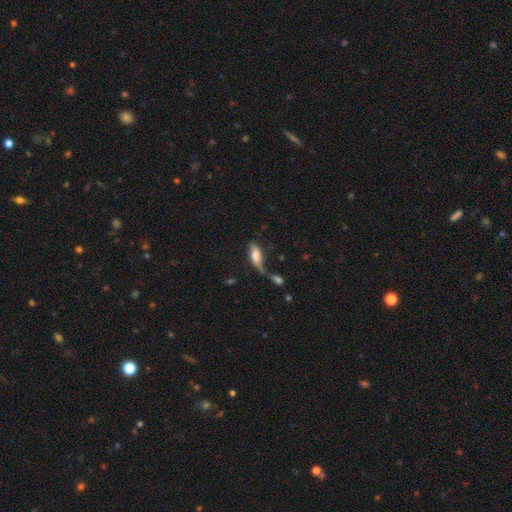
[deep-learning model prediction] Smooth or featured?
  - smooth: 72% *
  - featured or disk: 20%
  - star or artifact: 8%
How rounded?
  - in between: 76% *
  - cigar-shaped: 22%
  - round: 3%
Merging?
  - none: 36% *
  - merger: 27%
  - minor disturbance: 22%
  - major disturbance: 15%